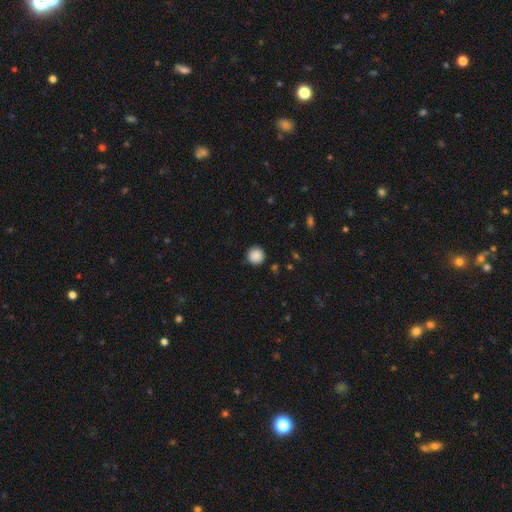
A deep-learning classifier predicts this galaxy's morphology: This appears to be a smooth galaxy with no disk features (88%) that is round (95%). Merging: none (89%).